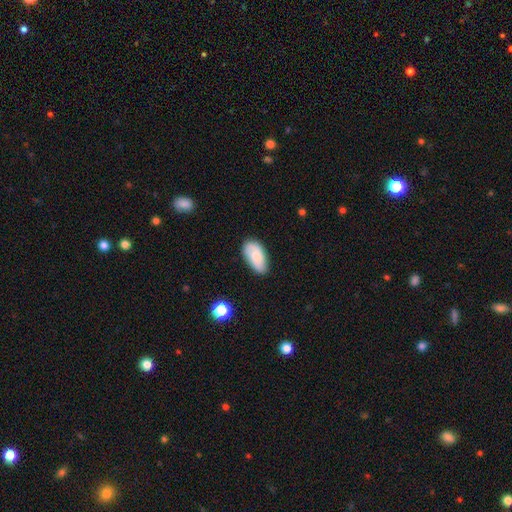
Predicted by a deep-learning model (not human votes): smooth_or_featured: smooth (p=0.66) [alt: featured or disk p=0.27]
how_rounded: in between (p=0.94) [alt: round p=0.04]
merging: none (p=0.70) [alt: minor disturbance p=0.23]